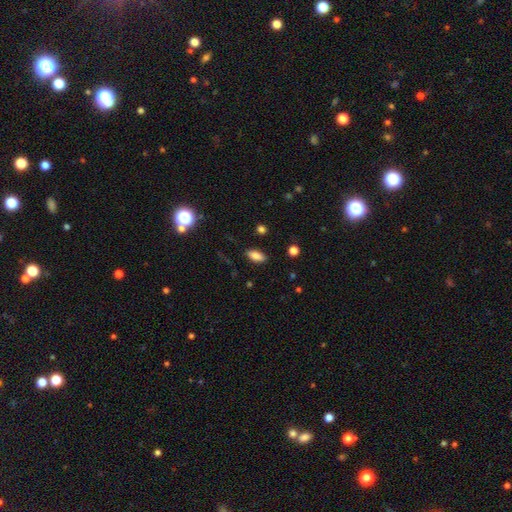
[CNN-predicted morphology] Smooth or featured?
  - smooth: 79% *
  - featured or disk: 12%
  - star or artifact: 9%
How rounded?
  - in between: 84% *
  - cigar-shaped: 12%
  - round: 4%
Merging?
  - none: 86% *
  - minor disturbance: 10%
  - major disturbance: 2%
  - merger: 1%